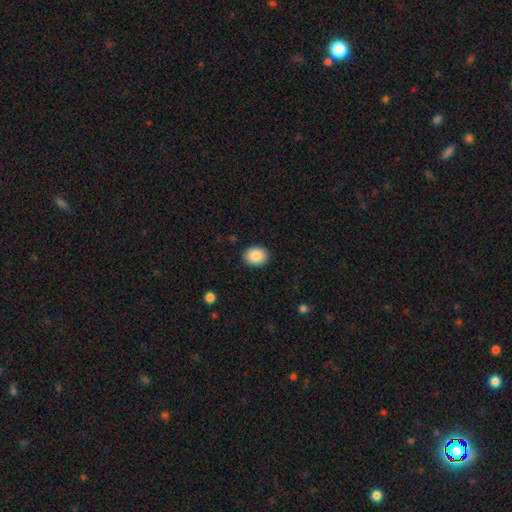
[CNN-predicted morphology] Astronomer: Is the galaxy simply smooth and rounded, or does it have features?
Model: smooth — 89%.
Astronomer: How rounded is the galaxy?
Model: in between — 59% (runner-up: round, 40%).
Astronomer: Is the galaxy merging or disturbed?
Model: none — 89%.